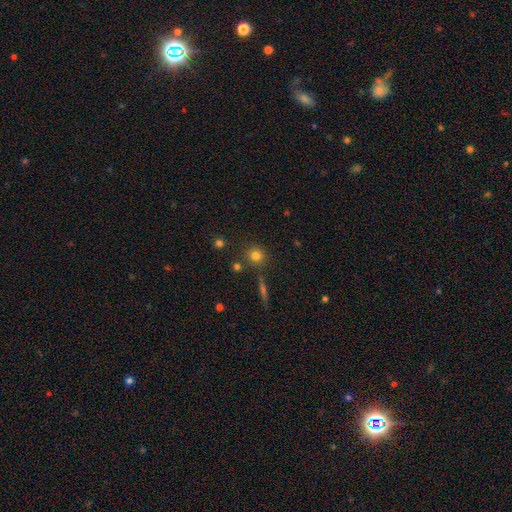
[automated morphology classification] A smooth galaxy with no disk features (78%) that is round (91%).

Vote fractions:
- Smooth or featured? smooth: 78% / star or artifact: 14% / featured or disk: 8%
- How rounded? round: 91% / in between: 7% / cigar-shaped: 1%
- Merging? none: 82% / minor disturbance: 9% / merger: 7% / major disturbance: 3%